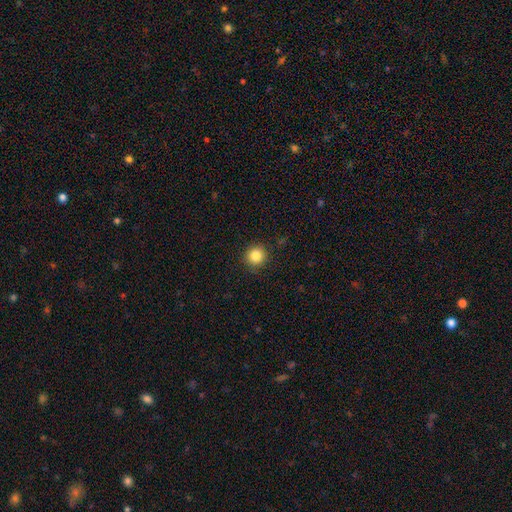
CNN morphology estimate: type=smooth (85%); roundness=round (94%); merging=none (90%).